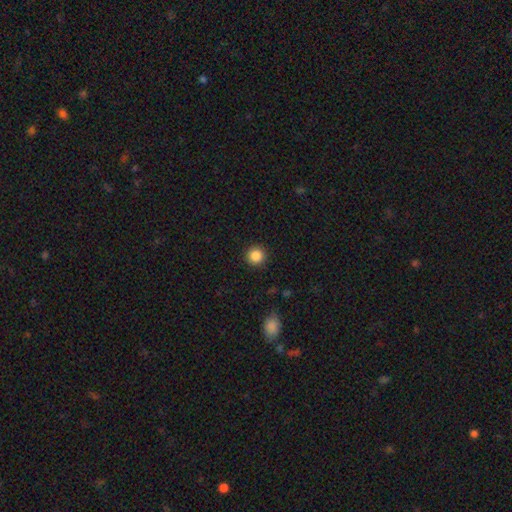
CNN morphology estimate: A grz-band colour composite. It shows a smooth galaxy with no disk features (87%) that is round (95%). Merging: none (91%).